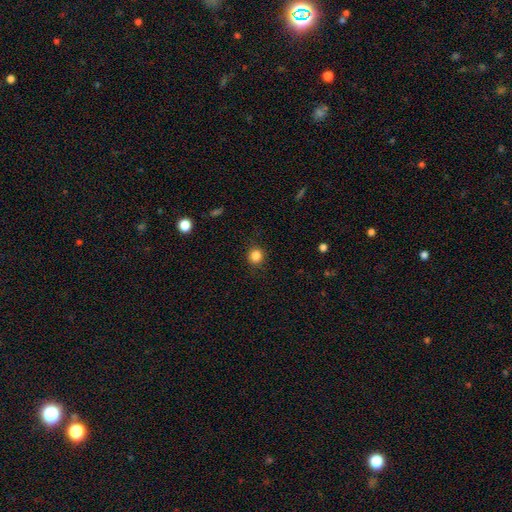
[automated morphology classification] A smooth galaxy with no disk features (85%) that is round (88%).

Vote fractions:
- Smooth or featured? smooth: 85% / star or artifact: 11% / featured or disk: 4%
- How rounded? round: 88% / in between: 11% / cigar-shaped: 1%
- Merging? none: 88% / minor disturbance: 8% / major disturbance: 3% / merger: 1%